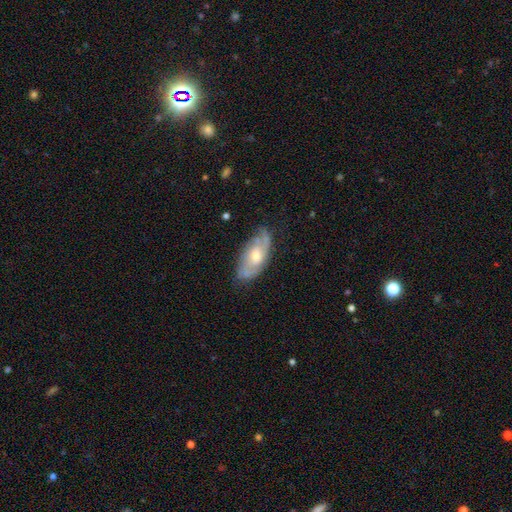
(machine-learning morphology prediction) This appears to be a featured or disk galaxy (73%) with no bar (68%), 2 (46%) tight (42%) spiral arms (88%) and a moderate central bulge (60%). Merging: none (67%).